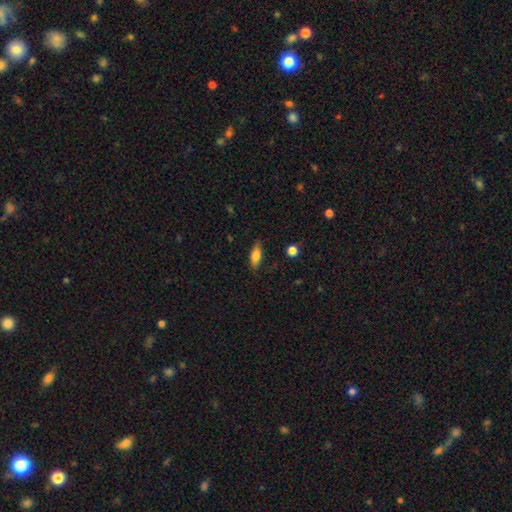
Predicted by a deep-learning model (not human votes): smooth 77%, featured or disk 16%, star or artifact 7%. Down the decision tree: how rounded — in between (67%); merging — none (81%).